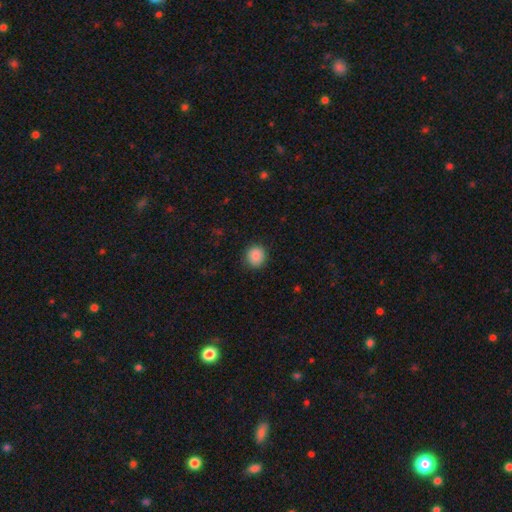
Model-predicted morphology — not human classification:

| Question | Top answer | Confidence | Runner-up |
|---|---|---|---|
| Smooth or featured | smooth | 87% | star or artifact (9%) |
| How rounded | round | 88% | in between (11%) |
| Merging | none | 89% | minor disturbance (8%) |